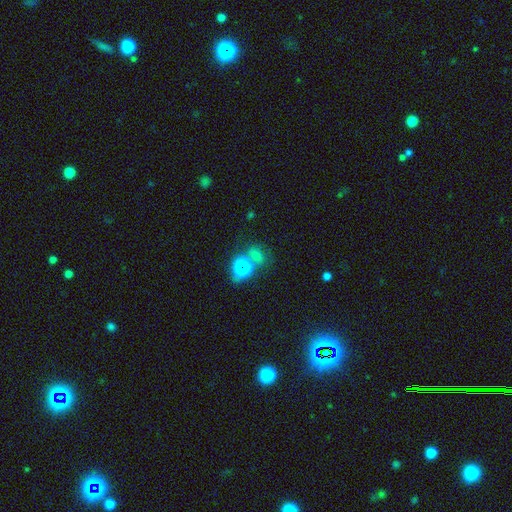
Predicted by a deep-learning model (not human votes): star or artifact 46%, smooth 43%, featured or disk 11%.